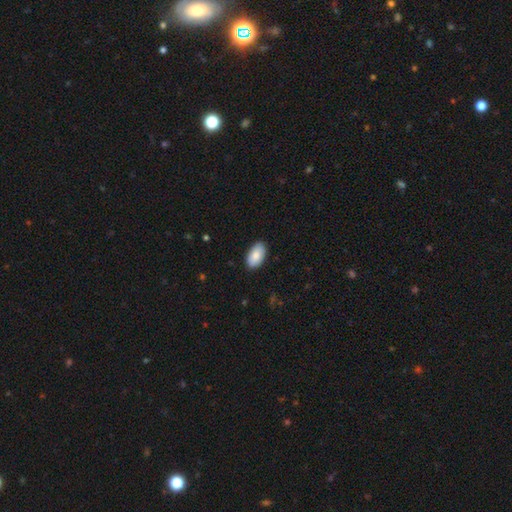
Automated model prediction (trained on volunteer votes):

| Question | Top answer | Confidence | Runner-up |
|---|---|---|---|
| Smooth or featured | smooth | 85% | featured or disk (9%) |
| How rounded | in between | 95% | round (3%) |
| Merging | none | 88% | minor disturbance (10%) |